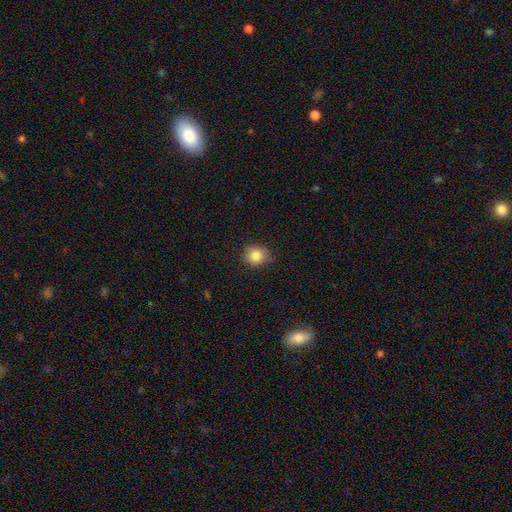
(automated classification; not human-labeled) Smooth or featured?
  - smooth: 84% *
  - star or artifact: 10%
  - featured or disk: 6%
How rounded?
  - round: 79% *
  - in between: 20%
  - cigar-shaped: 1%
Merging?
  - none: 80% *
  - minor disturbance: 16%
  - major disturbance: 3%
  - merger: 1%